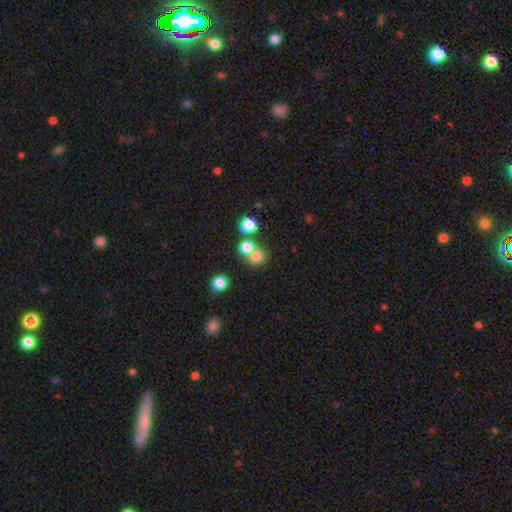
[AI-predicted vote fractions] smooth 75%, star or artifact 15%, featured or disk 10%. Down the decision tree: how rounded — round (79%); merging — none (50%).